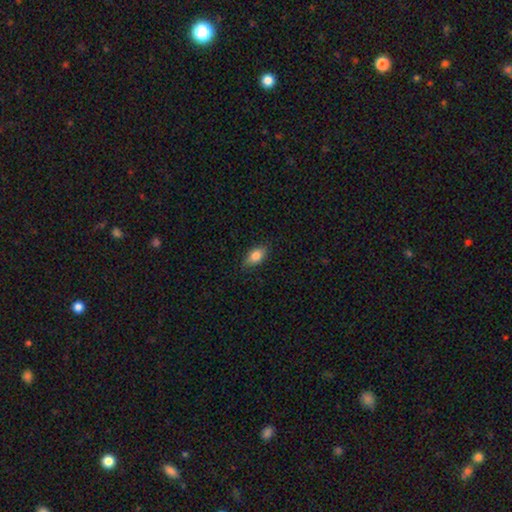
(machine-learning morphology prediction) type=smooth (81%); roundness=in between (88%); merging=none (83%).